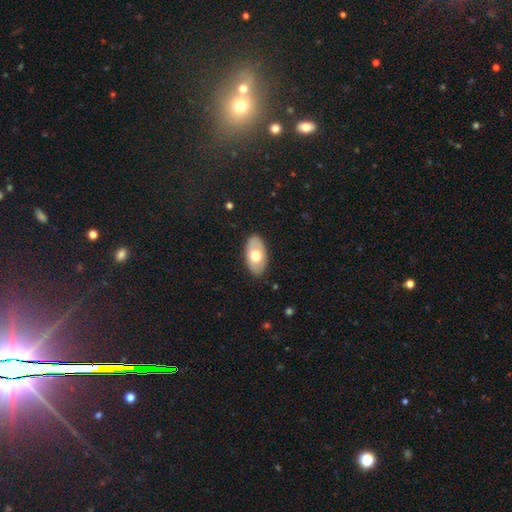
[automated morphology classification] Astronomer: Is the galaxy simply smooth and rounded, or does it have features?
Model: smooth — 59% (runner-up: featured or disk, 36%).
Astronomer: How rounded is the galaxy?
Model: in between — 93%.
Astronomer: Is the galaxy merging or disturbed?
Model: none — 86%.